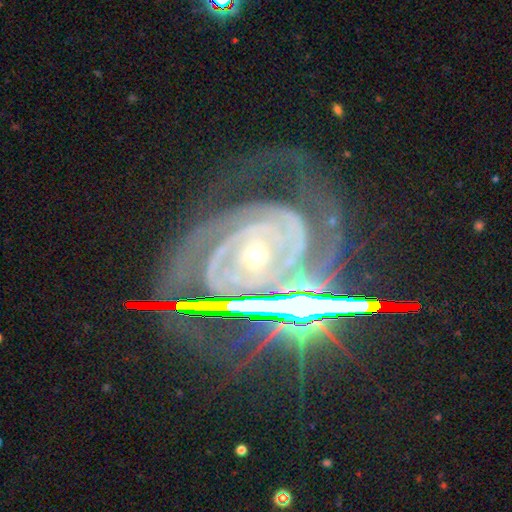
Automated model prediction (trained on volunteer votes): A featured or disk galaxy (83%) with no bar (68%), 2 (46%) tight (78%) spiral arms (97%) and a small central bulge (72%).

Vote fractions:
- Smooth or featured? featured or disk: 83% / star or artifact: 12% / smooth: 4%
- Edge-on disk? no: 95% / yes: 5%
- Bar? no: 68% / weak: 16% / strong: 16%
- Spiral arms? yes: 97% / no: 3%
- Spiral winding? tight: 78% / medium: 19% / loose: 3%
- Spiral arm count? 2: 46% / 3: 19% / can't tell: 16% / 4: 7% / 1: 6% / more than 4: 6%
- Bulge size? small: 72% / moderate: 24% / large: 2% / none: 1% / dominant: 1%
- Merging? none: 55% / minor disturbance: 20% / major disturbance: 17% / merger: 9%